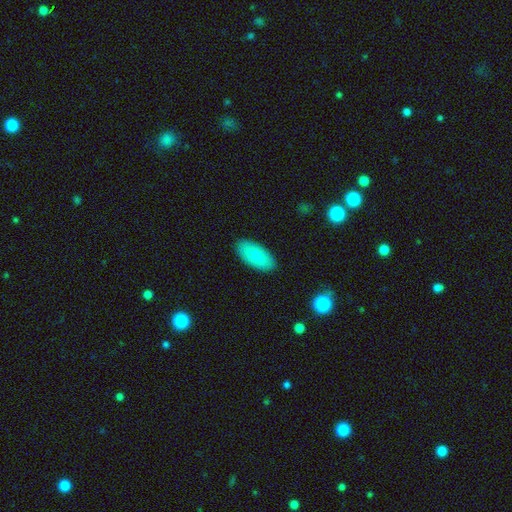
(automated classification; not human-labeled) smooth 79%, featured or disk 15%, star or artifact 6%. Down the decision tree: how rounded — in between (92%); merging — none (89%).